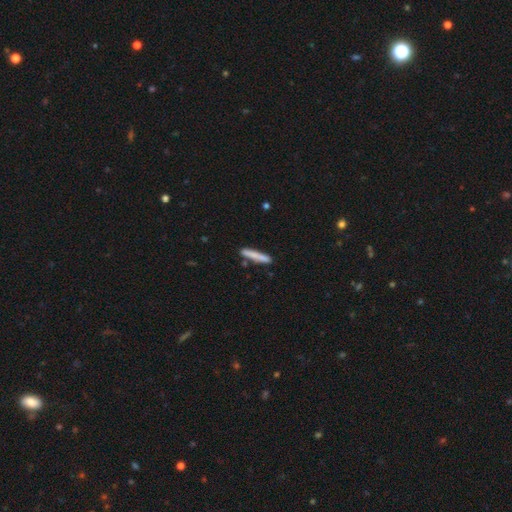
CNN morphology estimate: type=smooth (79%); roundness=cigar-shaped (94%); merging=none (84%).